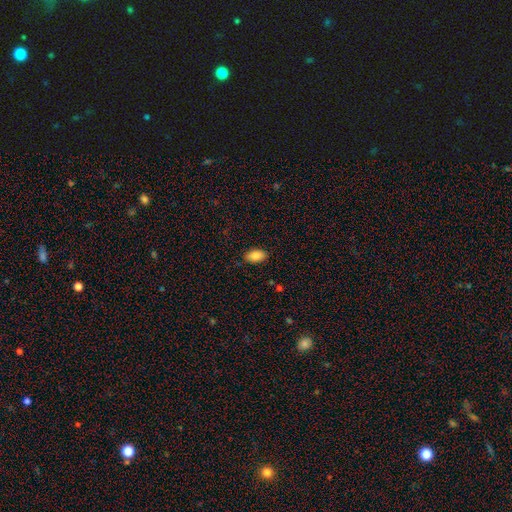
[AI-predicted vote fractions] The model was most divided on "merging": none: 87%, minor disturbance: 10%, major disturbance: 2%, merger: 1%. More confident: how rounded — in between (93%); smooth or featured — smooth (86%).